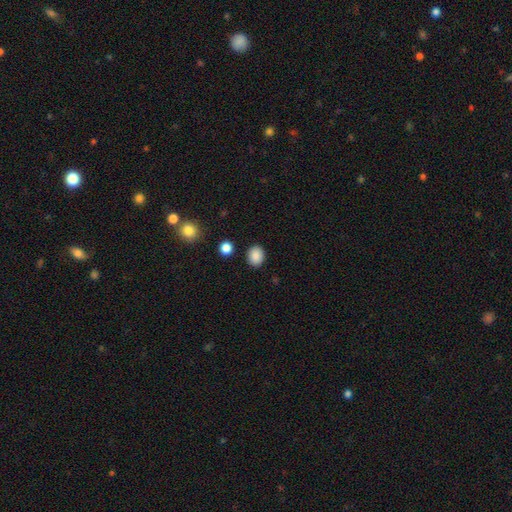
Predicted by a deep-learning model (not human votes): Overall: smooth (88%). How rounded: round (59%; in between 40%). Merging: none (89%).